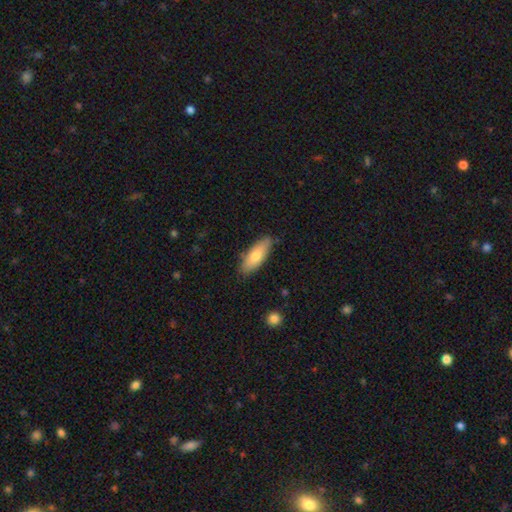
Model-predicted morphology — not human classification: Smooth or featured?
  - smooth: 76% *
  - featured or disk: 18%
  - star or artifact: 6%
How rounded?
  - in between: 68% *
  - cigar-shaped: 30%
  - round: 2%
Merging?
  - none: 82% *
  - minor disturbance: 14%
  - major disturbance: 2%
  - merger: 2%